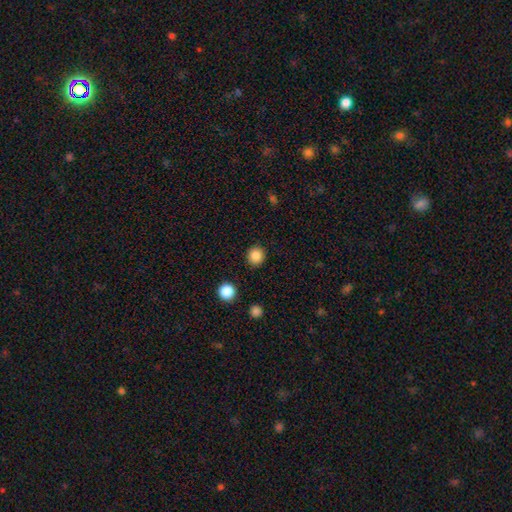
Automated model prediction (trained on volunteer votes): smooth 86%, star or artifact 11%, featured or disk 3%. Down the decision tree: how rounded — round (93%); merging — none (91%).